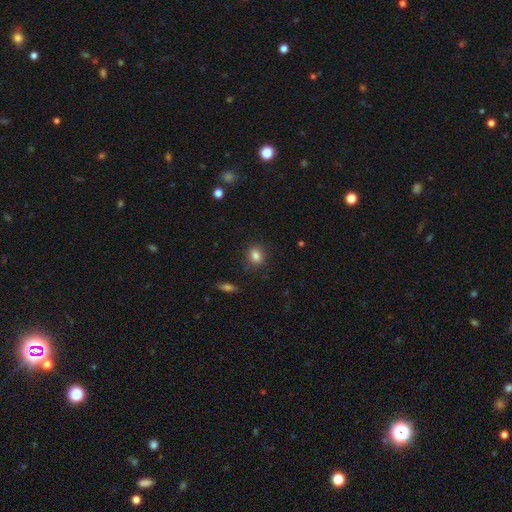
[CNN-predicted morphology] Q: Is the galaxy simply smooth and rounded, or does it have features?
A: smooth — 85%.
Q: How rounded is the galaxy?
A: round — 53%.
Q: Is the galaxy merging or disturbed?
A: none — 84%.